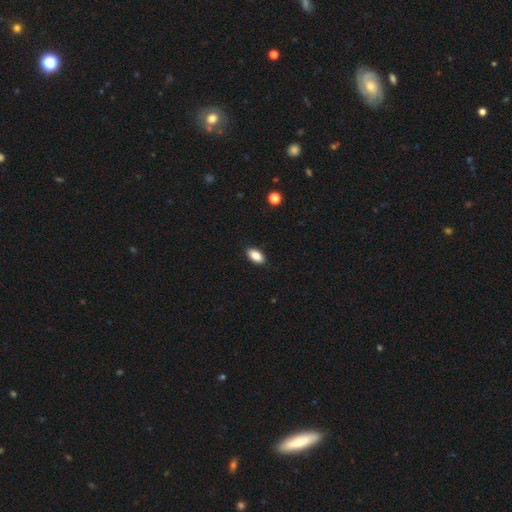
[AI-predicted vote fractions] This is clearly a smooth galaxy (86%). How rounded: clearly in between (91%). Merging: clearly none (89%).